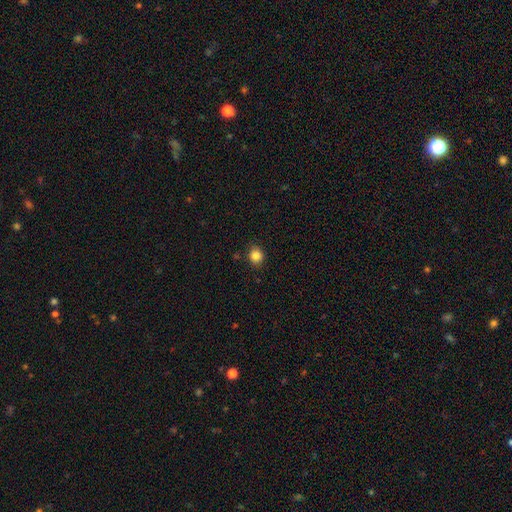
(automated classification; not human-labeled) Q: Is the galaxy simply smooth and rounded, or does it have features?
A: smooth — 85%.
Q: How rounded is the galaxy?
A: round — 76%.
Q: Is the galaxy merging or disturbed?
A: none — 86%.